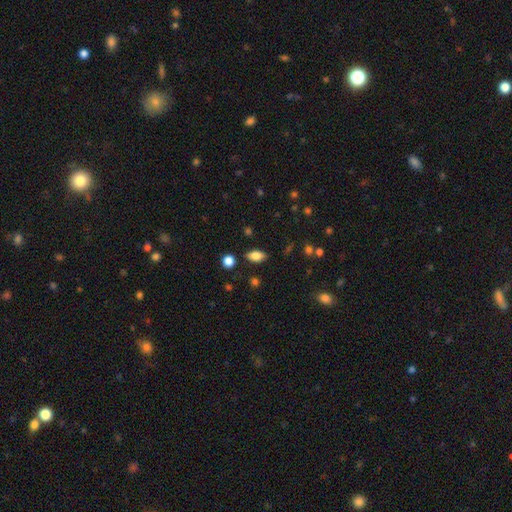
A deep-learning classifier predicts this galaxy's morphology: Smooth or featured? smooth (77%)
How rounded? in between (87%)
Merging? none (85%)